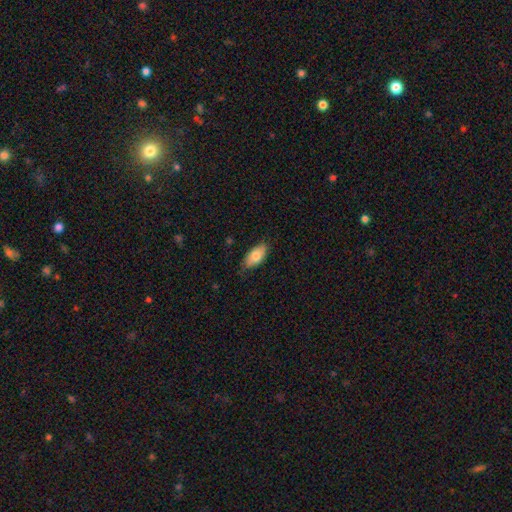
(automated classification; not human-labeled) This appears to be a smooth galaxy with no disk features (77%) that is in between round and cigar-shaped (92%). Merging: none (78%).